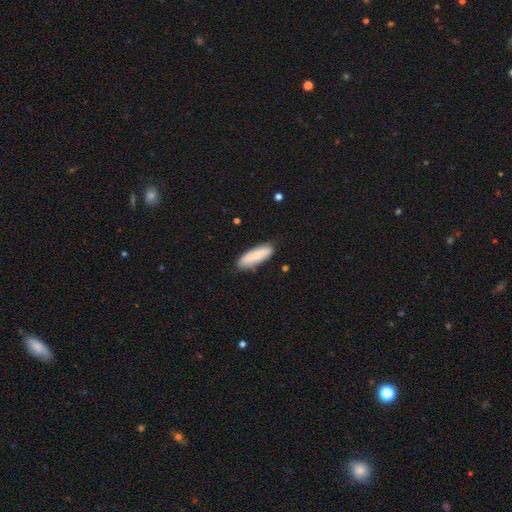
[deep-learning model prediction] Q: Smooth or featured?
A: smooth (76%); runner-up: featured or disk (18%)
Q: How rounded?
A: in between (58%); runner-up: cigar-shaped (40%)
Q: Merging?
A: none (83%); runner-up: minor disturbance (13%)